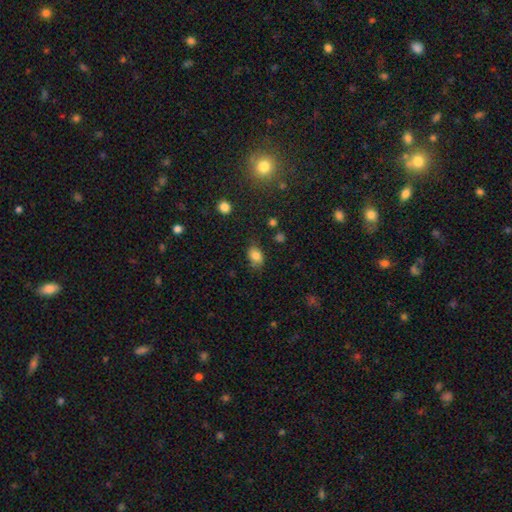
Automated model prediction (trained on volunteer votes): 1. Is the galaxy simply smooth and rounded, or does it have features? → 83% smooth, 10% star or artifact, 7% featured or disk.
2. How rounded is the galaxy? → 74% in between, 25% round, 1% cigar-shaped.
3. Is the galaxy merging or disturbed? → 69% none, 23% minor disturbance, 6% major disturbance, 3% merger.